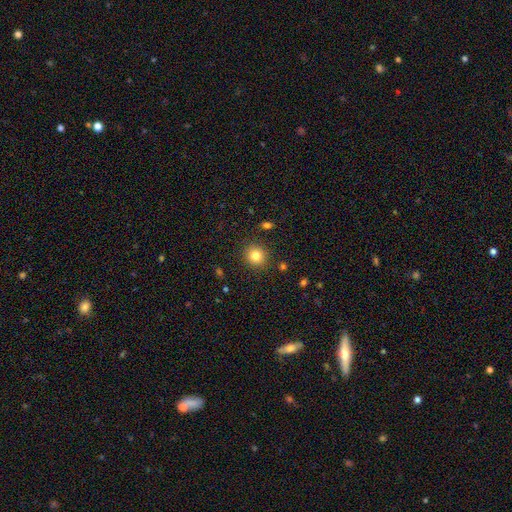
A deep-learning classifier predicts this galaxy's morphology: smooth-or-featured: smooth: 82% | star or artifact: 11% | featured or disk: 7%
  how-rounded: round: 88% | in between: 11% | cigar-shaped: 1%
  merging: none: 89% | minor disturbance: 7% | major disturbance: 2% | merger: 2%